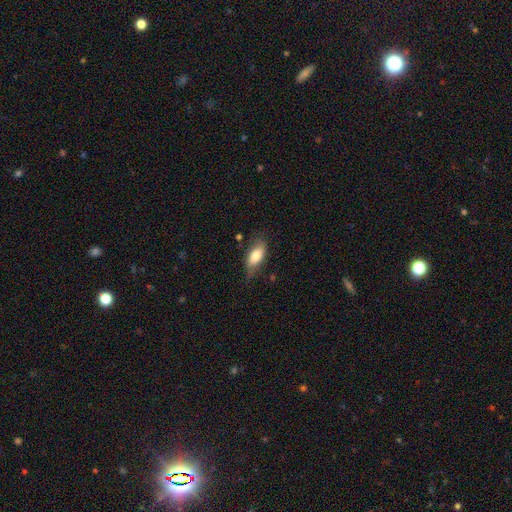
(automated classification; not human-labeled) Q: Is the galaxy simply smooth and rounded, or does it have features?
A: smooth — 73%.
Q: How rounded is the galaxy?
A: in between — 85%.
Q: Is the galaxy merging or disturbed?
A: none — 57%.